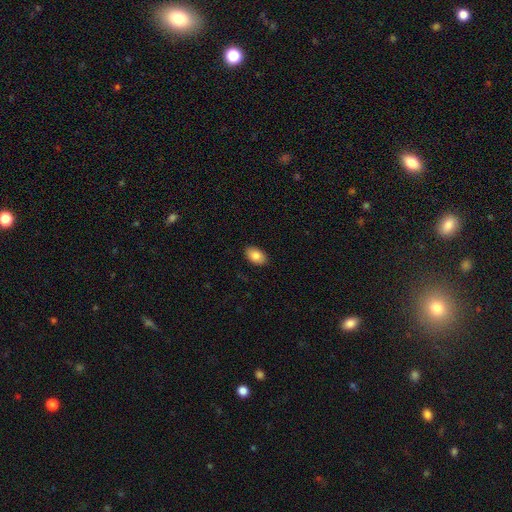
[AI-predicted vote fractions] Overall: smooth (83%). How rounded: in between (91%). Merging: none (89%).